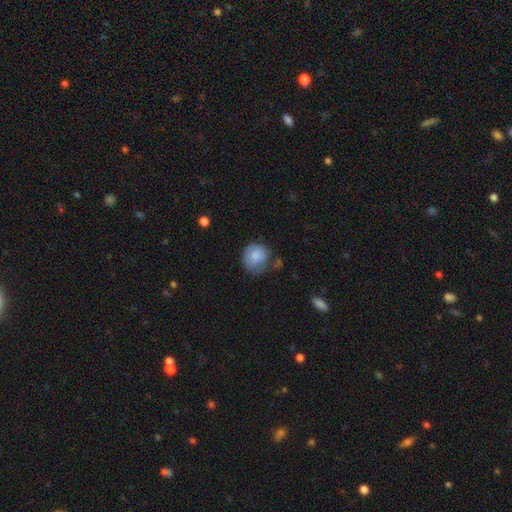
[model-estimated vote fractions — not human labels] Smooth or featured? Predicted: smooth (p=0.82). How rounded? Predicted: round (p=0.83). Merging? Predicted: none (p=0.53).